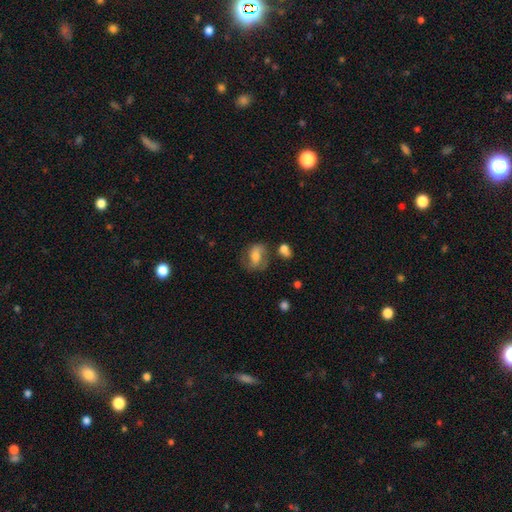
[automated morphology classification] smooth-or-featured: smooth: 47% | featured or disk: 44% | star or artifact: 8%
  merging: none: 60% | minor disturbance: 22% | major disturbance: 11% | merger: 7%